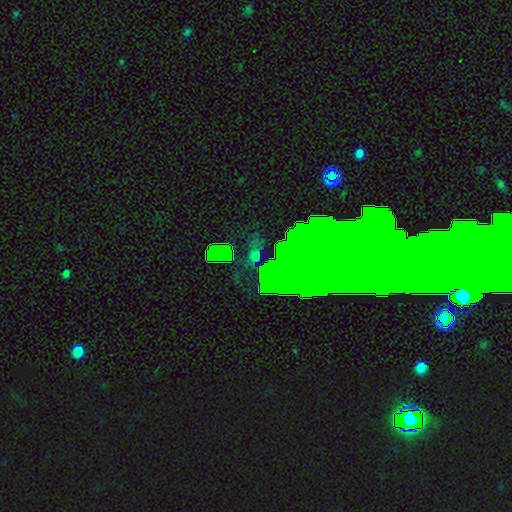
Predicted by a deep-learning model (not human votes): Overall: star or artifact (60%; featured or disk 24%).